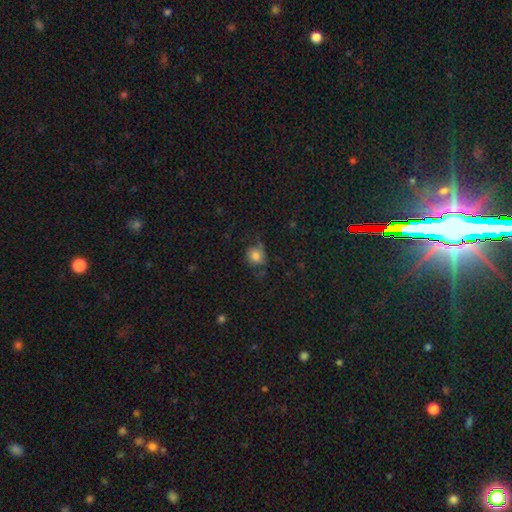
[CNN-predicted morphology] Overall: smooth (73%). How rounded: round (73%). Merging: none (52%; minor disturbance 29%).